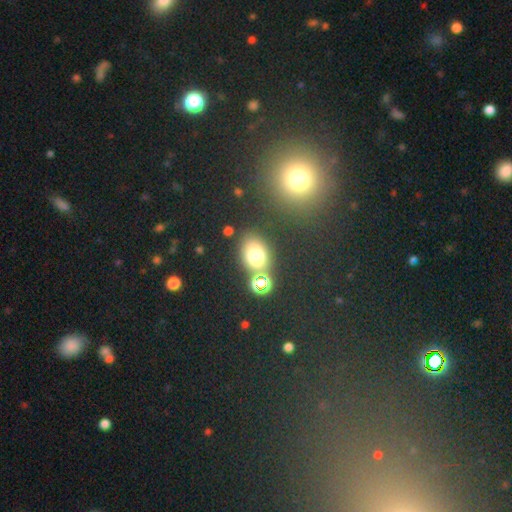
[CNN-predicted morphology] A smooth galaxy with no disk features (69%) that is in between round and cigar-shaped (61%). Merging: none (73%).